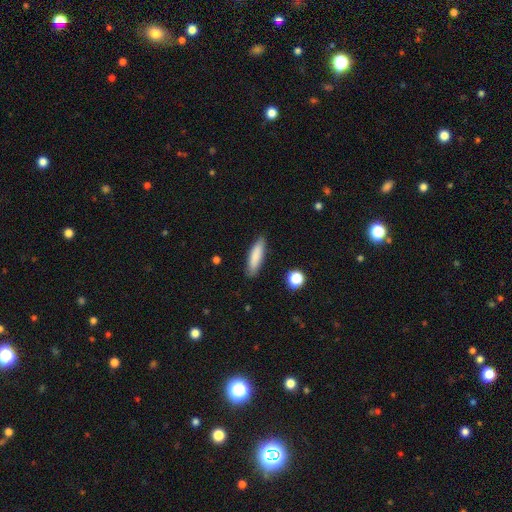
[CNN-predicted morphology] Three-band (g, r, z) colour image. It shows a smooth galaxy with no disk features (83%) that is cigar-shaped (69%). Merging: none (85%).